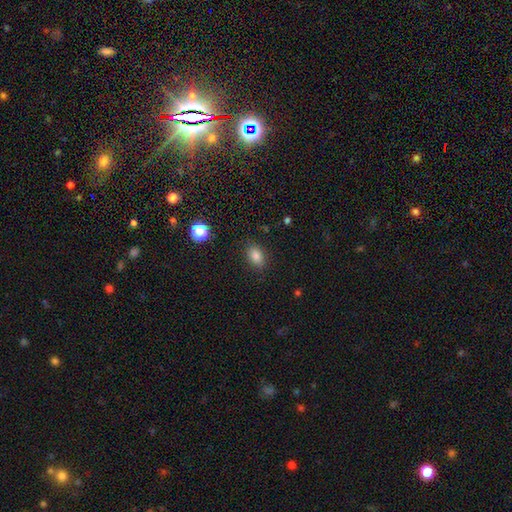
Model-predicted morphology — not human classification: Overall: smooth (83%). How rounded: in between (82%). Merging: none (86%).